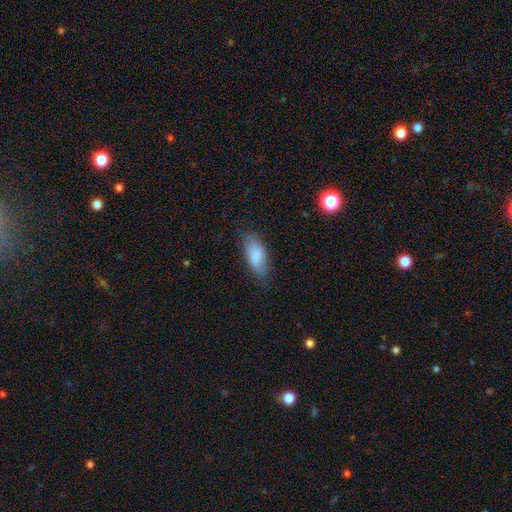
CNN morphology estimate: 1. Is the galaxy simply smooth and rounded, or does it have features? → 79% smooth, 14% featured or disk, 7% star or artifact.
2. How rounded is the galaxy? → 85% in between, 13% cigar-shaped, 2% round.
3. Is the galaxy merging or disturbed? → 71% none, 22% minor disturbance, 6% major disturbance, 1% merger.